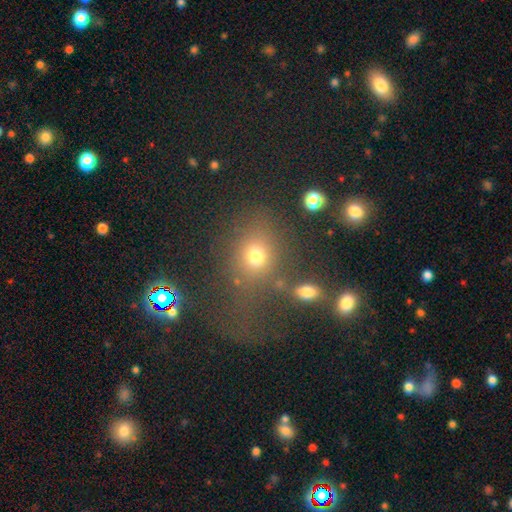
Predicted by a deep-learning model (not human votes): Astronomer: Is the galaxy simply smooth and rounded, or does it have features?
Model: smooth — 70%.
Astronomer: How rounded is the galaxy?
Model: round — 64%.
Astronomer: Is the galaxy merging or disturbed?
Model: none — 65%.